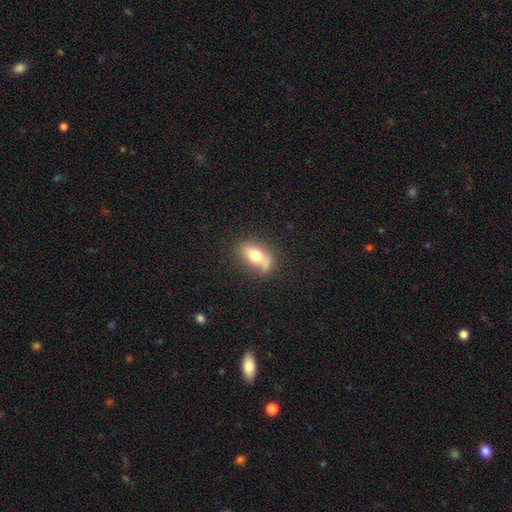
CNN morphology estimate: Overall: smooth (64%; featured or disk 27%). How rounded: in between (76%). Merging: none (51%; minor disturbance 25%).